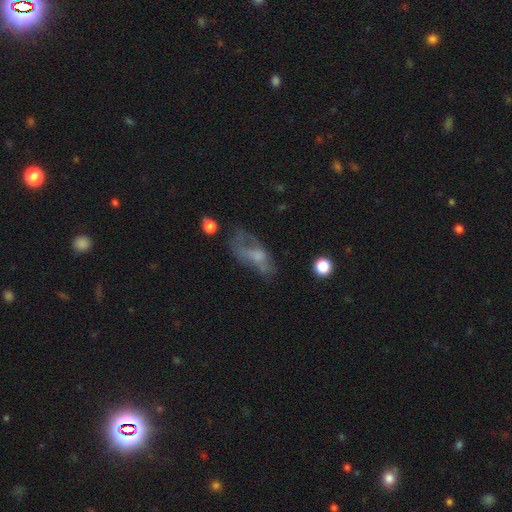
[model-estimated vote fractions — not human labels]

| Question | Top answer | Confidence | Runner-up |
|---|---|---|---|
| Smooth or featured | featured or disk | 46% | smooth (42%) |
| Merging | none | 37% | major disturbance (34%) |